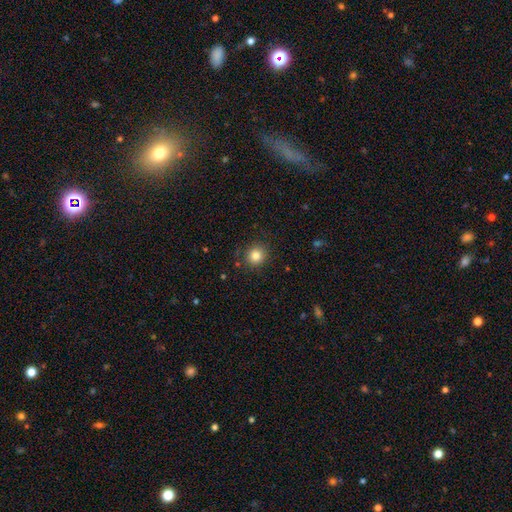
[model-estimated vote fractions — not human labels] Smooth or featured? smooth (82%)
How rounded? round (89%)
Merging? none (88%)